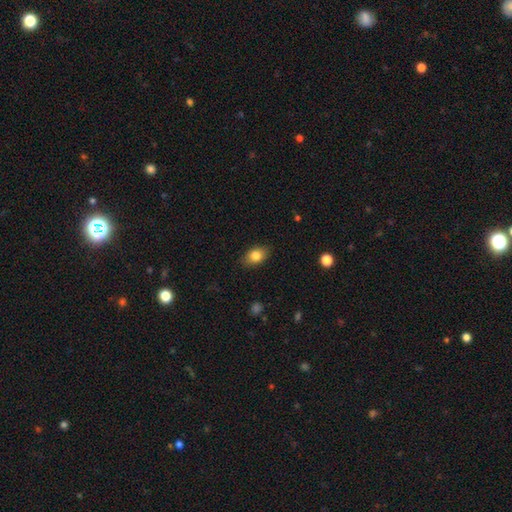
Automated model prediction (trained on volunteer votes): Q: Smooth or featured?
A: smooth (82%); runner-up: featured or disk (10%)
Q: How rounded?
A: in between (81%); runner-up: round (18%)
Q: Merging?
A: none (85%); runner-up: minor disturbance (12%)